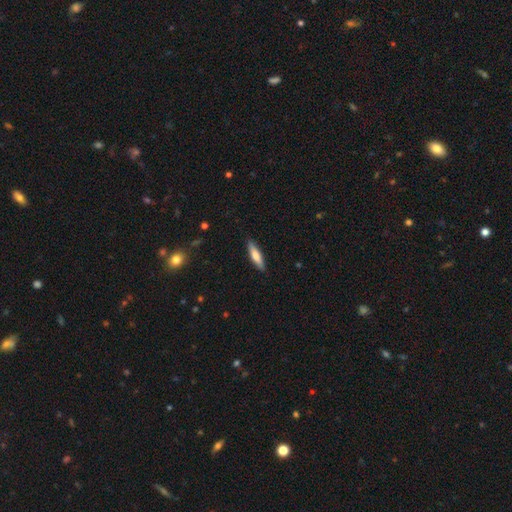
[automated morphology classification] Smooth or featured? Predicted: smooth (p=0.69). How rounded? Predicted: cigar-shaped (p=0.73). Merging? Predicted: none (p=0.87).